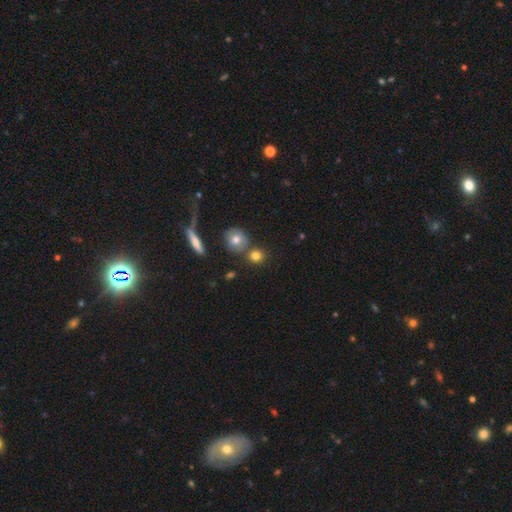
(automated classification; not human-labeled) Q: Smooth or featured?
A: smooth (77%); runner-up: star or artifact (12%)
Q: How rounded?
A: round (84%); runner-up: in between (13%)
Q: Merging?
A: none (66%); runner-up: merger (22%)